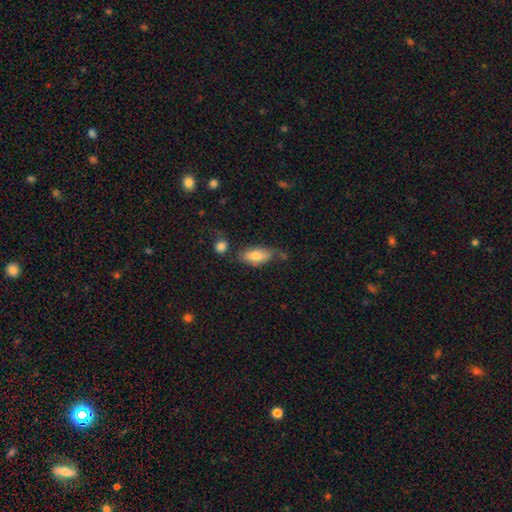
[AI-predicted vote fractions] smooth-or-featured: smooth: 78% | featured or disk: 15% | star or artifact: 7%
  how-rounded: in between: 85% | cigar-shaped: 12% | round: 3%
  merging: none: 55% | minor disturbance: 26% | merger: 10% | major disturbance: 9%